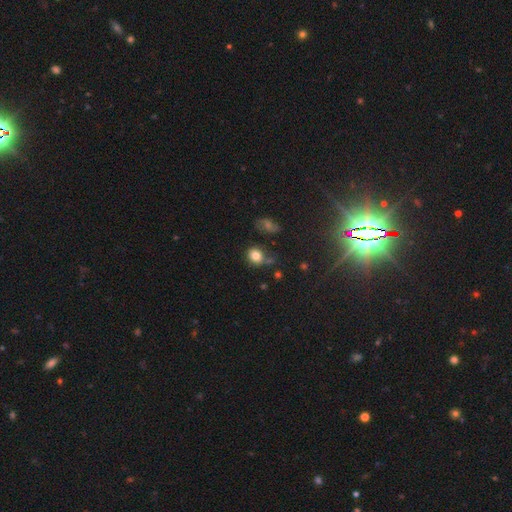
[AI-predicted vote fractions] Overall: smooth (80%). How rounded: round (67%; in between 32%). Merging: none (65%).